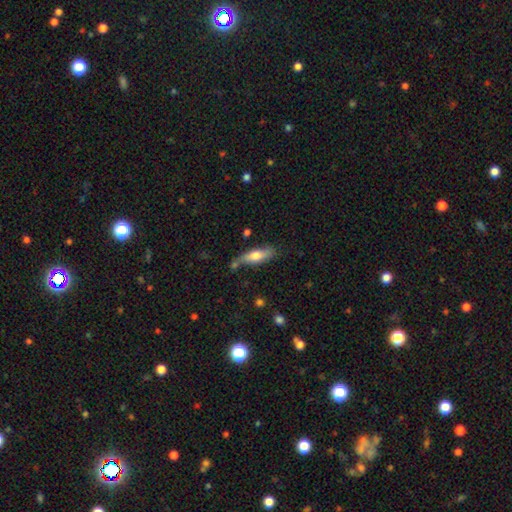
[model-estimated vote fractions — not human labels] Smooth or featured? smooth (64%)
How rounded? in between (51%)
Merging? none (65%)